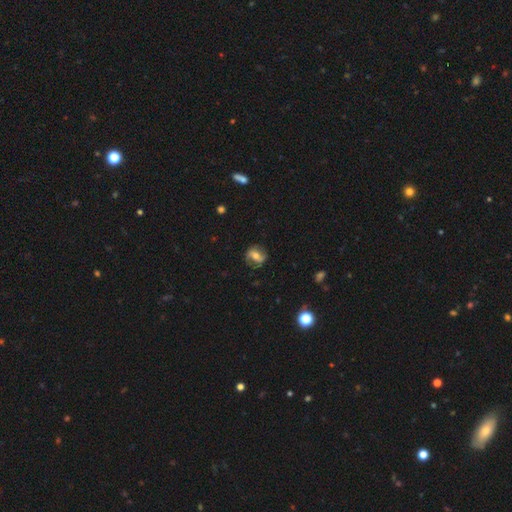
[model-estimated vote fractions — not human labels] Smooth or featured: featured or disk — 53% (smooth — 39%)
Edge-on disk: no — 93% (yes — 7%)
Merging: none — 75% (minor disturbance — 17%)